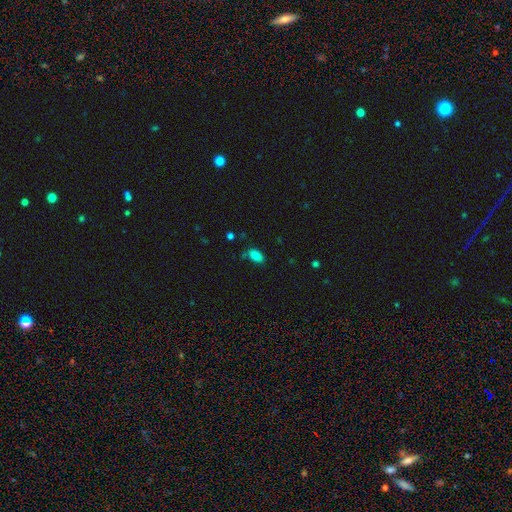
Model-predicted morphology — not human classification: A smooth galaxy with no disk features (83%) that is in between round and cigar-shaped (91%). Merging: none (69%).